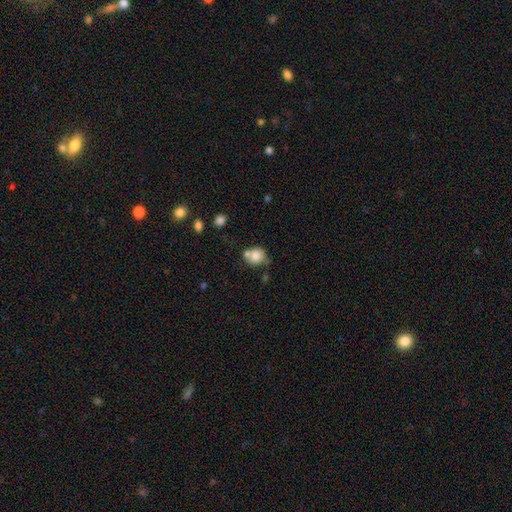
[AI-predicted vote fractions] smooth_or_featured: smooth (p=0.79) [alt: featured or disk p=0.12]
how_rounded: round (p=0.73) [alt: in between p=0.26]
merging: none (p=0.45) [alt: merger p=0.33]